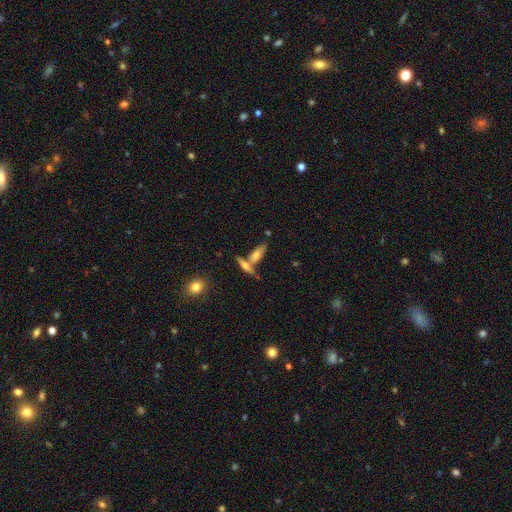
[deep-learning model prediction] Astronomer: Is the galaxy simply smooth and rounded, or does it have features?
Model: smooth — 48% (runner-up: featured or disk, 42%).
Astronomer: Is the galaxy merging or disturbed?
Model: none — 48% (runner-up: merger, 38%).